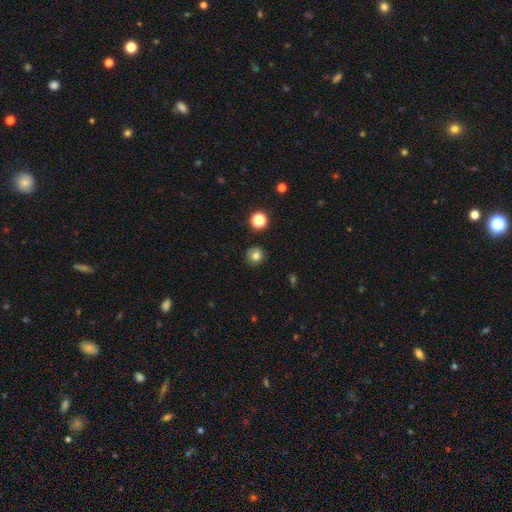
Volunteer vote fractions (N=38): Smooth or featured? smooth (84%)
How rounded? round (97%)
Merging? none (86%)